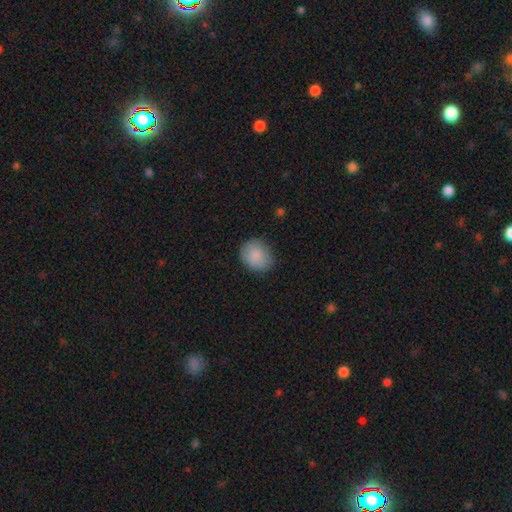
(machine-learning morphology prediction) smooth_or_featured: smooth (p=0.85) [alt: featured or disk p=0.08]
how_rounded: round (p=0.68) [alt: in between p=0.31]
merging: none (p=0.79) [alt: minor disturbance p=0.16]